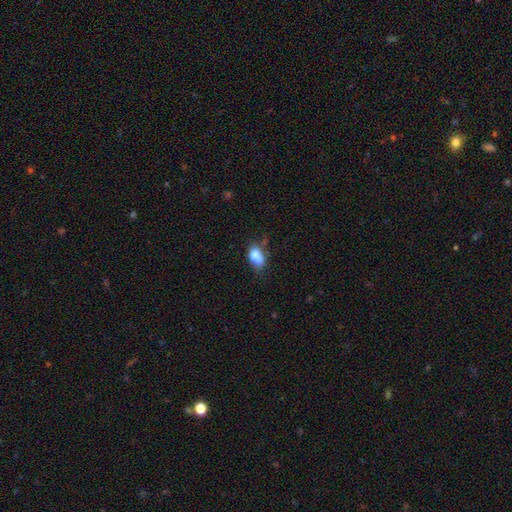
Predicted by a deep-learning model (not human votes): Q: Smooth or featured?
A: smooth (82%); runner-up: star or artifact (9%)
Q: How rounded?
A: in between (86%); runner-up: round (12%)
Q: Merging?
A: none (45%); runner-up: minor disturbance (34%)